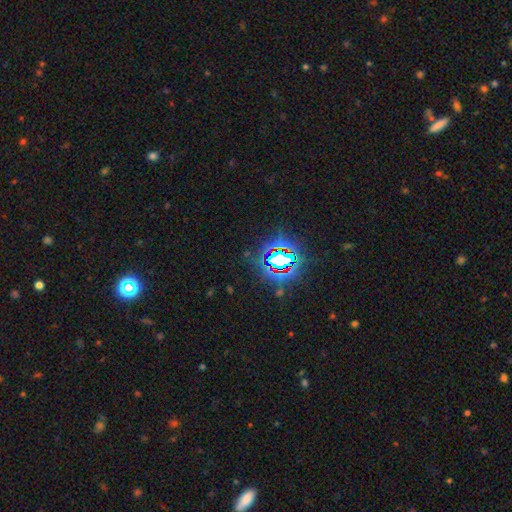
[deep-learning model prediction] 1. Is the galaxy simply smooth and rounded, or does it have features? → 83% star or artifact, 10% smooth, 7% featured or disk.